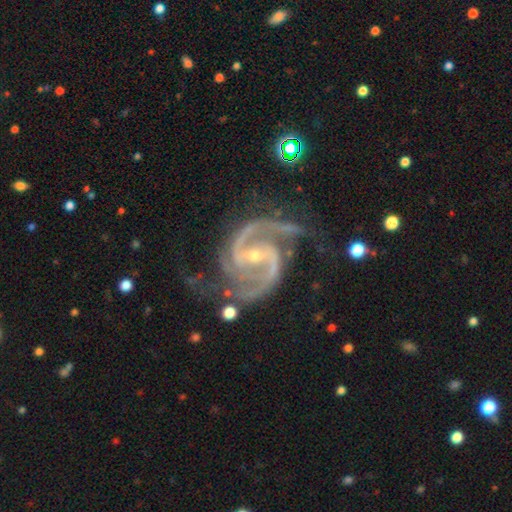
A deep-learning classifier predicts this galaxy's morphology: type=featured or disk (94%); edge-on=no (98%); bar=weak (43%); spiral arms=yes (99%); winding=medium (62%); arm count=2 (80%); bulge=small (67%); merging=none (62%).